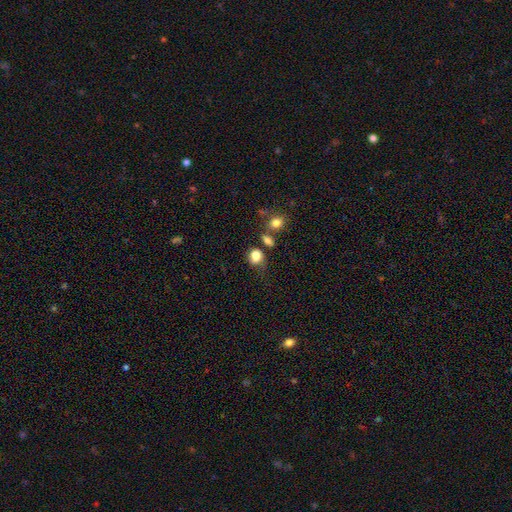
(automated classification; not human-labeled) Morphology: type=smooth (83%); roundness=round (64%); merging=none (52%).